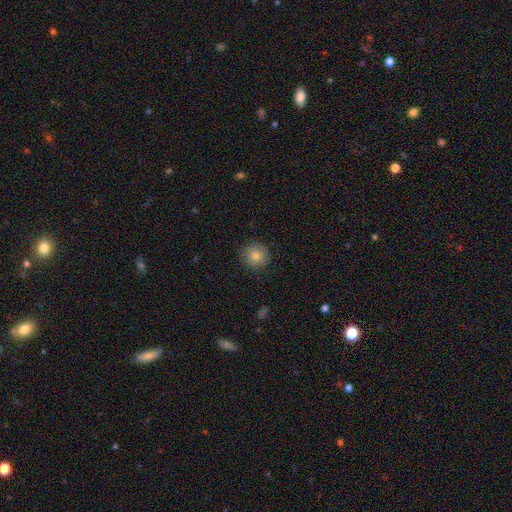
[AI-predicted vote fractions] This is likely a smooth galaxy (79%). How rounded: clearly round (93%). Merging: clearly none (88%).